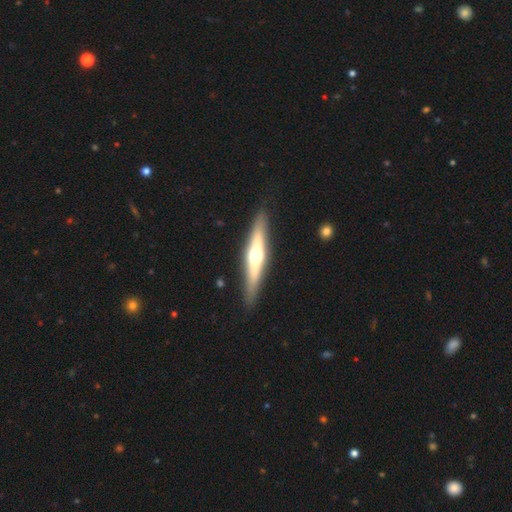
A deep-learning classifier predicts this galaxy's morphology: smooth_or_featured: featured or disk (p=0.63) [alt: smooth p=0.32]
disk_edge_on: yes (p=0.94) [alt: no p=0.06]
edge_on_bulge: rounded (p=0.93) [alt: boxy p=0.04]
merging: none (p=0.88) [alt: minor disturbance p=0.08]